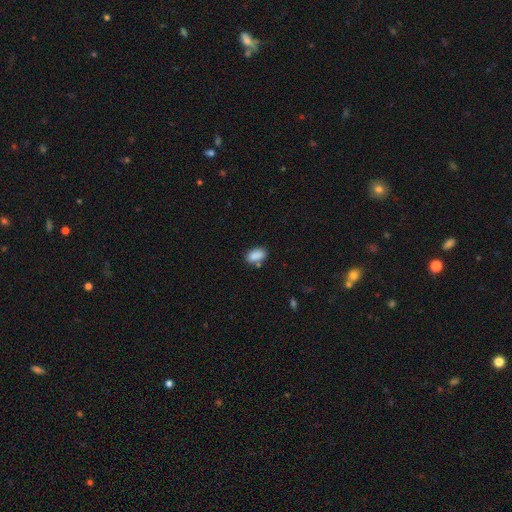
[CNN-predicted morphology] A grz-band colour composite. It shows a smooth galaxy with no disk features (88%) that is in between round and cigar-shaped (92%). Merging: none (73%).